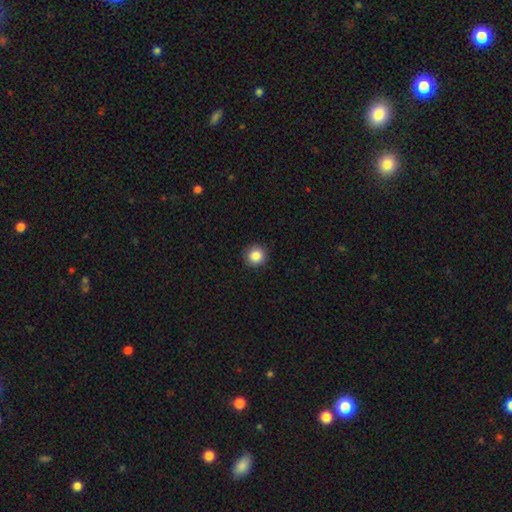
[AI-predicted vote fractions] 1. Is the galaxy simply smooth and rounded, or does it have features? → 86% smooth, 10% star or artifact, 4% featured or disk.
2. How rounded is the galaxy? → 94% round, 5% in between, 1% cigar-shaped.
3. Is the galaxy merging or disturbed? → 92% none, 5% minor disturbance, 2% major disturbance, 1% merger.